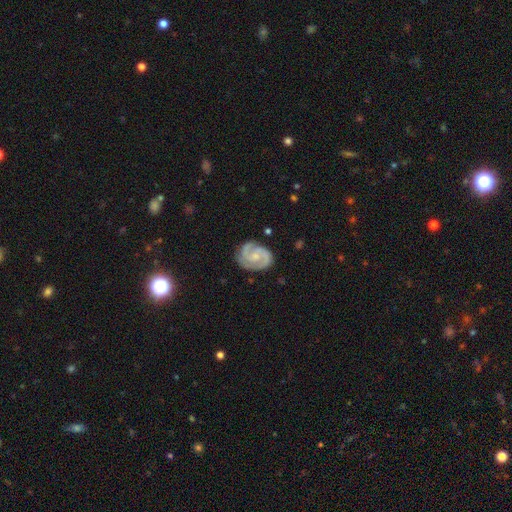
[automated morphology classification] This appears to be a featured or disk galaxy (88%) with no bar (60%), 2 (82%) tight (51%) spiral arms (98%) and a small central bulge (56%). Merging: none (79%).